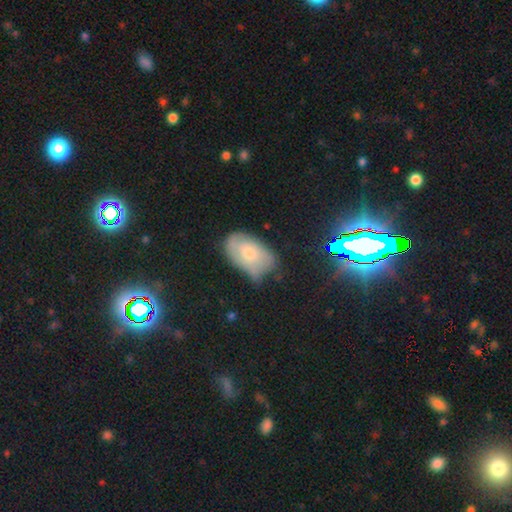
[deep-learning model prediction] smooth 49%, featured or disk 43%, star or artifact 8%. Down the decision tree: merging — none (50%).